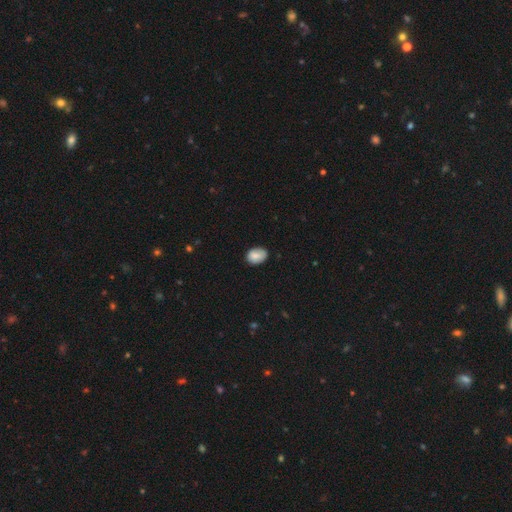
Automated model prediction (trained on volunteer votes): Q: Smooth or featured?
A: smooth (84%); runner-up: featured or disk (9%)
Q: How rounded?
A: in between (76%); runner-up: round (23%)
Q: Merging?
A: none (76%); runner-up: minor disturbance (20%)